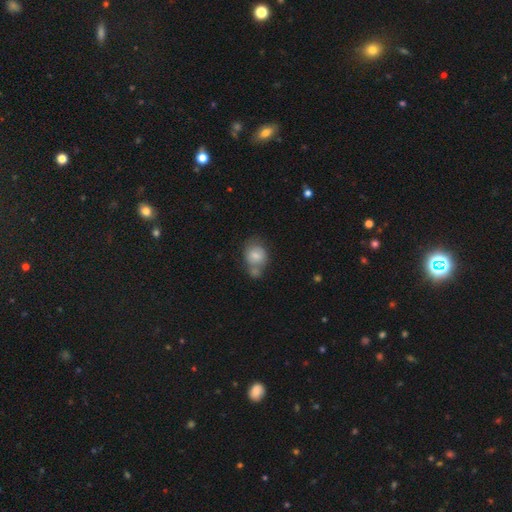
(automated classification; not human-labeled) Smooth or featured? smooth (75%)
How rounded? round (54%)
Merging? merger (40%)